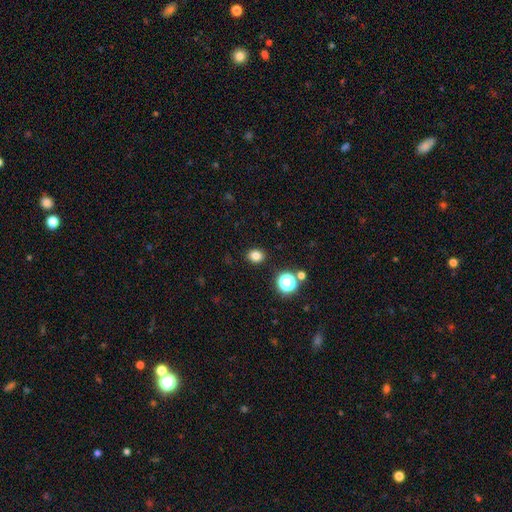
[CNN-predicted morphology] smooth_or_featured: smooth (p=0.81) [alt: star or artifact p=0.14]
how_rounded: round (p=0.60) [alt: in between p=0.39]
merging: none (p=0.89) [alt: minor disturbance p=0.07]